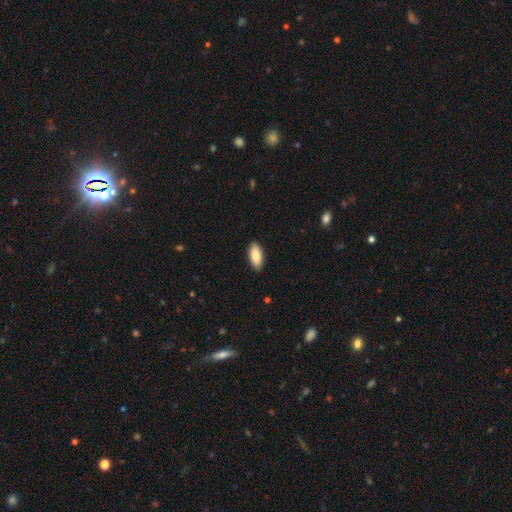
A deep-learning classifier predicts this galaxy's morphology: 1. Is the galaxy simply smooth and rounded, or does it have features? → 88% smooth, 6% featured or disk, 6% star or artifact.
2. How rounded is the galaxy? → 88% in between, 10% cigar-shaped, 2% round.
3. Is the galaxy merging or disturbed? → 88% none, 9% minor disturbance, 2% major disturbance, 1% merger.